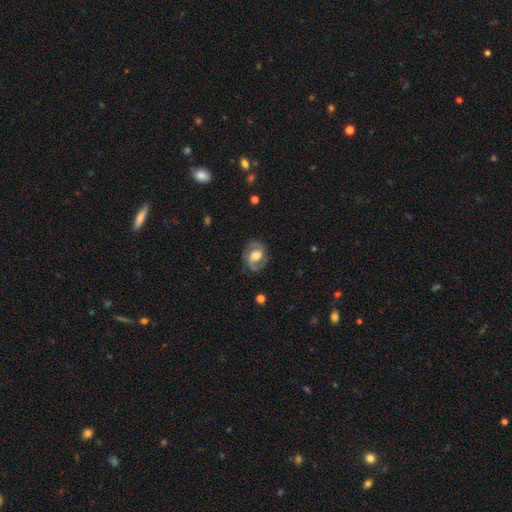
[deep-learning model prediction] Overall: featured or disk (72%). Edge-on disk: no (97%). Bar: weak (44%; no 33%). Spiral arms: yes (87%). Spiral arm count: 2 (88%). Spiral winding: medium (49%; tight 28%). Bulge size: moderate (58%; large 26%). Merging: none (78%).